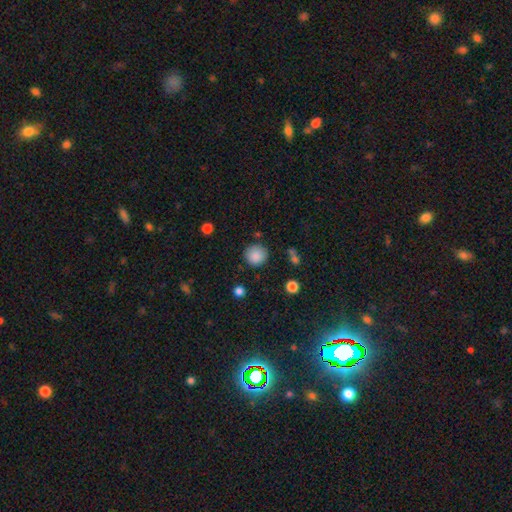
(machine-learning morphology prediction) This appears to be a smooth galaxy with no disk features (87%) that is round (93%). Merging: none (85%).